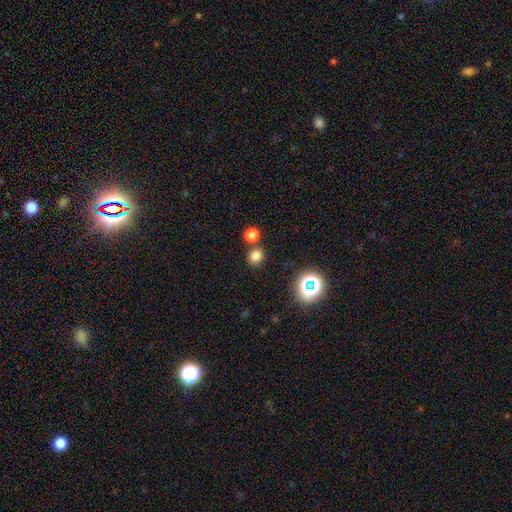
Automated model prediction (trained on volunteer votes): Smooth or featured? Predicted: smooth (p=0.77). How rounded? Predicted: round (p=0.80). Merging? Predicted: none (p=0.73).